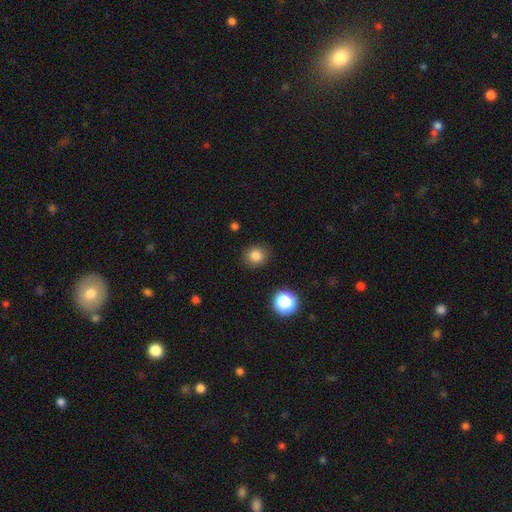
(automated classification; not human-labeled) Smooth or featured: smooth — 82% (star or artifact — 12%)
How rounded: round — 78% (in between — 21%)
Merging: none — 88% (minor disturbance — 8%)